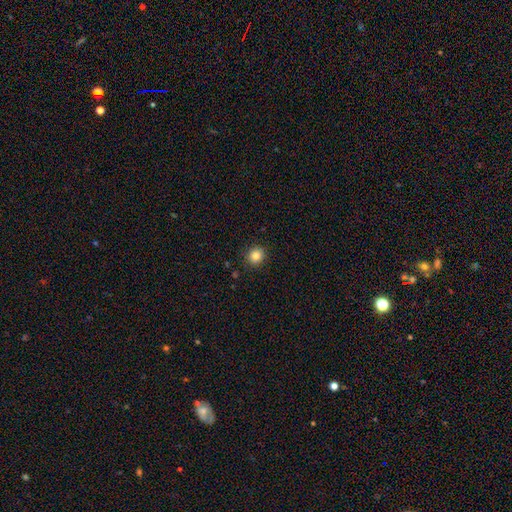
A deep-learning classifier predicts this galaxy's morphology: type=smooth (83%); roundness=round (84%); merging=none (90%).